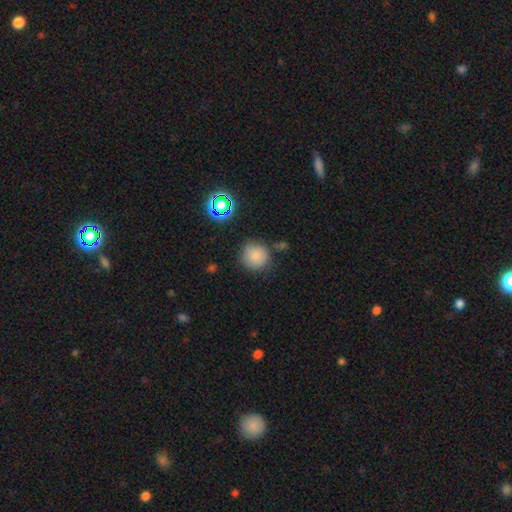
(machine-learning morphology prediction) A smooth galaxy with no disk features (81%) that is round (93%). Merging: none (79%).